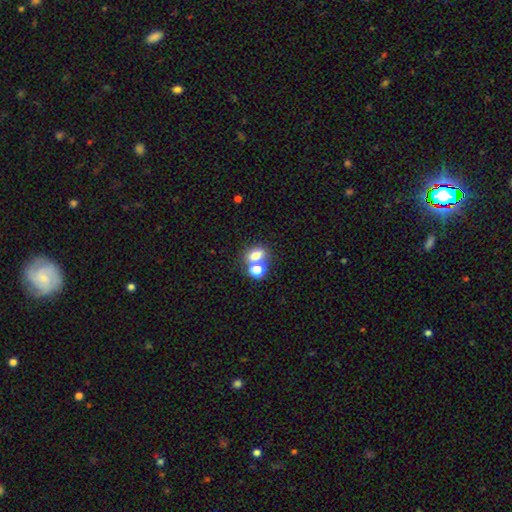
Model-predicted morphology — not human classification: Smooth or featured?
  - smooth: 73% *
  - star or artifact: 14%
  - featured or disk: 13%
How rounded?
  - in between: 62% *
  - round: 36%
  - cigar-shaped: 2%
Merging?
  - merger: 44% * (tied)
  - none: 44% * (tied)
  - minor disturbance: 8%
  - major disturbance: 4%